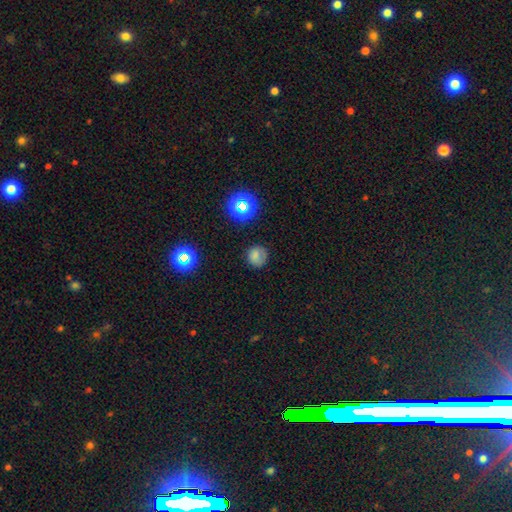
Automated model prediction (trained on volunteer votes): This appears to be a smooth galaxy with no disk features (72%) that is round (86%). Merging: none (77%).